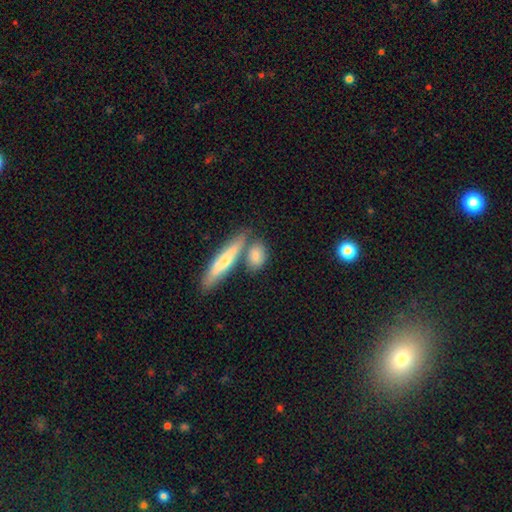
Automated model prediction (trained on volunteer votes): This is likely a smooth galaxy (74%). How rounded: possibly in between (52%). Merging: possibly none (56%).